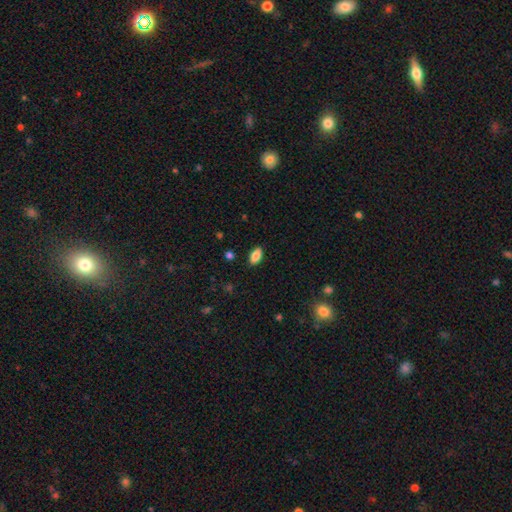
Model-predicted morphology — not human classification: Smooth or featured? Predicted: smooth (p=0.86). How rounded? Predicted: in between (p=0.92). Merging? Predicted: none (p=0.88).